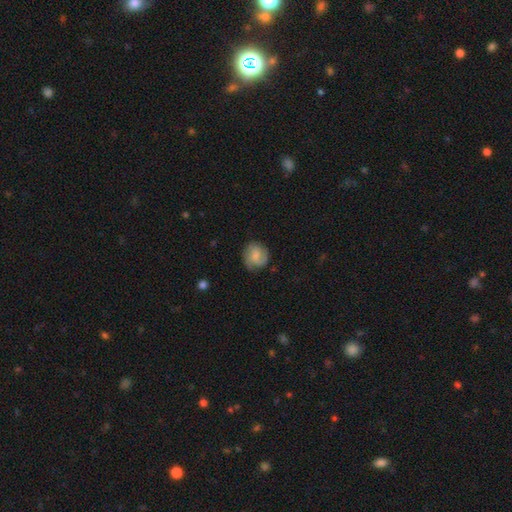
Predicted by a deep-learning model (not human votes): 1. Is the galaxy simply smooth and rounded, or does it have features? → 49% smooth, 43% featured or disk, 7% star or artifact.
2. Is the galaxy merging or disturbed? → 74% none, 19% minor disturbance, 6% major disturbance, 1% merger.